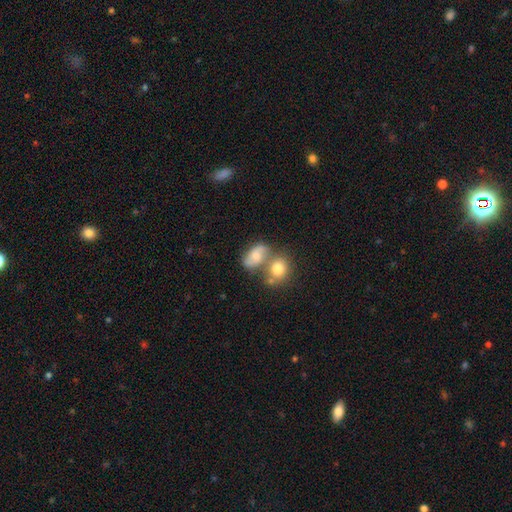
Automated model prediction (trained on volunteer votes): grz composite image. It shows a smooth galaxy with no disk features (51%) that is in between round and cigar-shaped (73%). Merging: merger (40%).